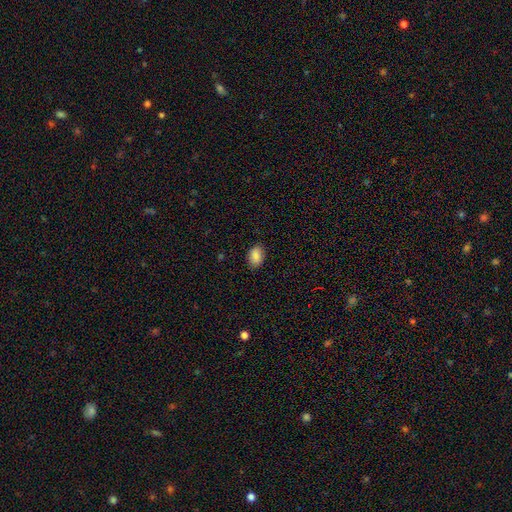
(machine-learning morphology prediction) Smooth or featured?
  - smooth: 88% *
  - star or artifact: 8%
  - featured or disk: 5%
How rounded?
  - in between: 89% *
  - round: 10%
  - cigar-shaped: 1%
Merging?
  - none: 87% *
  - minor disturbance: 10%
  - major disturbance: 2%
  - merger: 1%